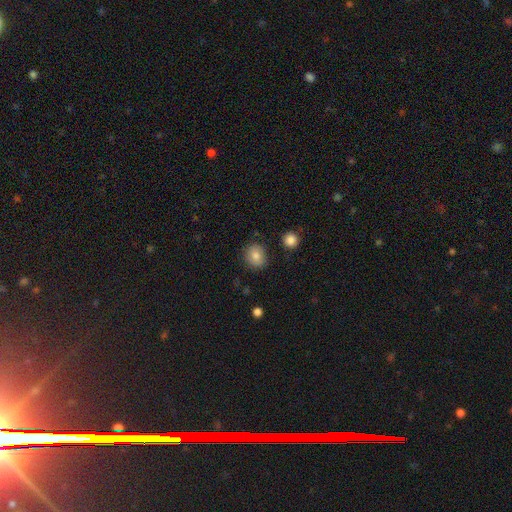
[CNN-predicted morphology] A smooth galaxy with no disk features (82%) that is round (79%).

Vote fractions:
- Smooth or featured? smooth: 82% / star or artifact: 9% / featured or disk: 9%
- How rounded? round: 79% / in between: 20% / cigar-shaped: 1%
- Merging? none: 85% / minor disturbance: 10% / major disturbance: 3% / merger: 2%